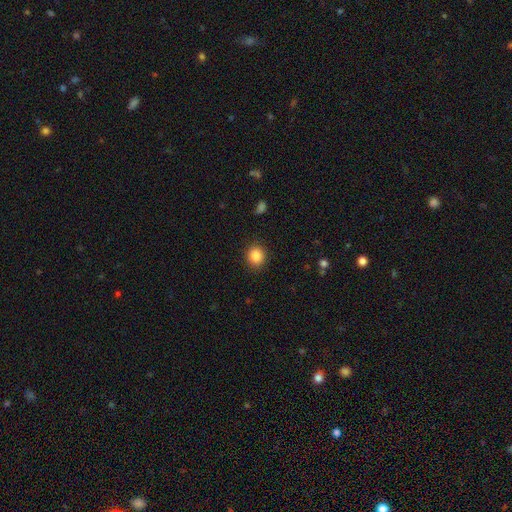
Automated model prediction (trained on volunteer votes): Overall: smooth (87%). How rounded: round (81%). Merging: none (89%).